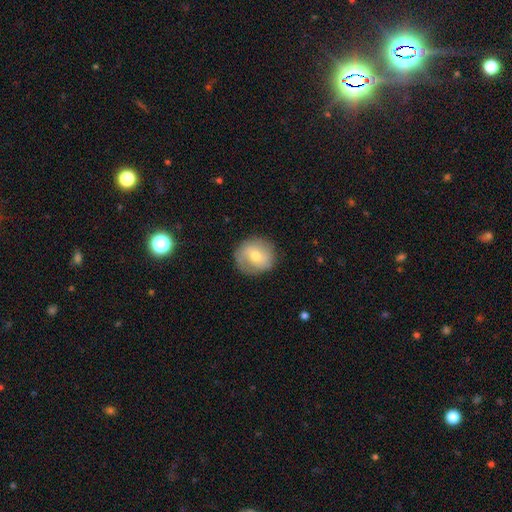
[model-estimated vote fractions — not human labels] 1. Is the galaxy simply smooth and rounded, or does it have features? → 46% smooth, 45% featured or disk, 9% star or artifact.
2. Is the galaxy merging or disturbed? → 81% none, 13% minor disturbance, 4% major disturbance, 1% merger.